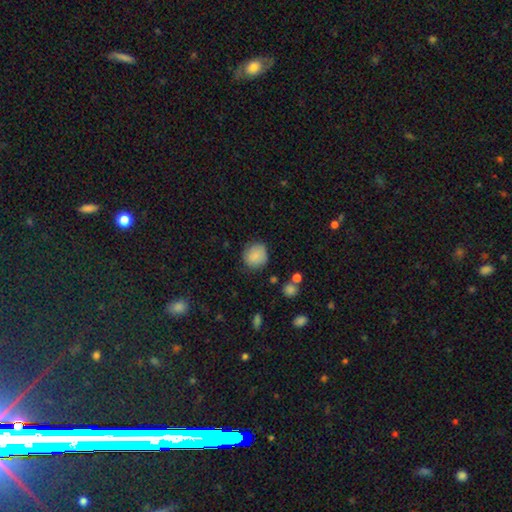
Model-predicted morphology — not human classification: Q: Smooth or featured?
A: smooth (84%); runner-up: star or artifact (8%)
Q: How rounded?
A: round (83%); runner-up: in between (16%)
Q: Merging?
A: none (80%); runner-up: minor disturbance (15%)